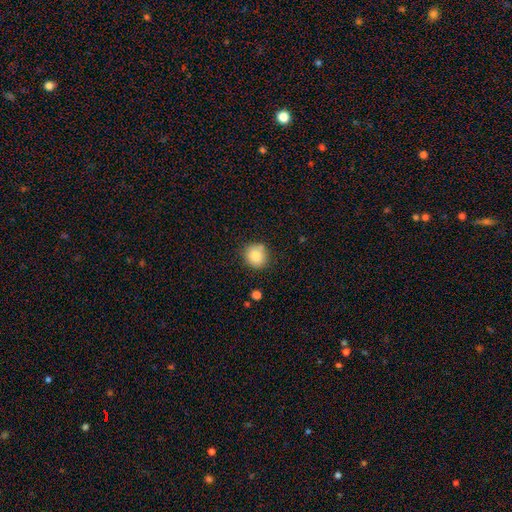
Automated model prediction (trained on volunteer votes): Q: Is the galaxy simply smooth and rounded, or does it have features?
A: smooth — 86%.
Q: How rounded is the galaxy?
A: round — 86%.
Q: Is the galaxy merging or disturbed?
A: none — 81%.